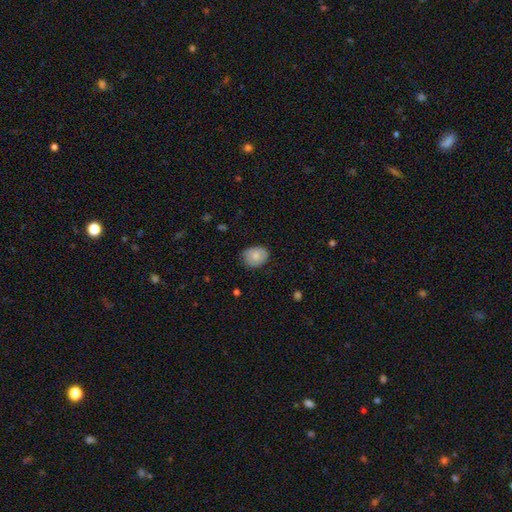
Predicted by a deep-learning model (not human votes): Morphology: type=smooth (78%); roundness=in between (54%); merging=none (78%).